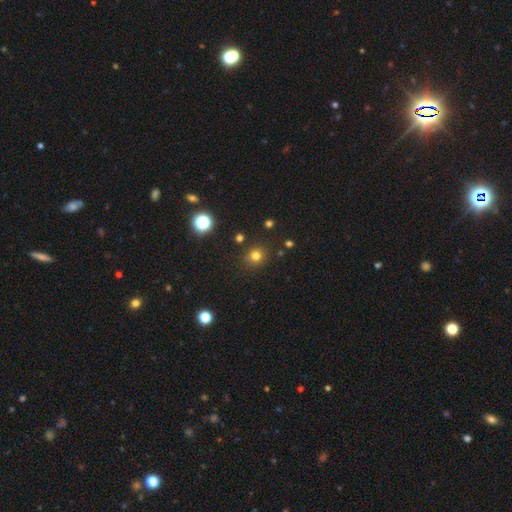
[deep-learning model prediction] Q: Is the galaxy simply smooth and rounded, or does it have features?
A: smooth — 76%.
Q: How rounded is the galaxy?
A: round — 86%.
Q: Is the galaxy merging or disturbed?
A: none — 84%.